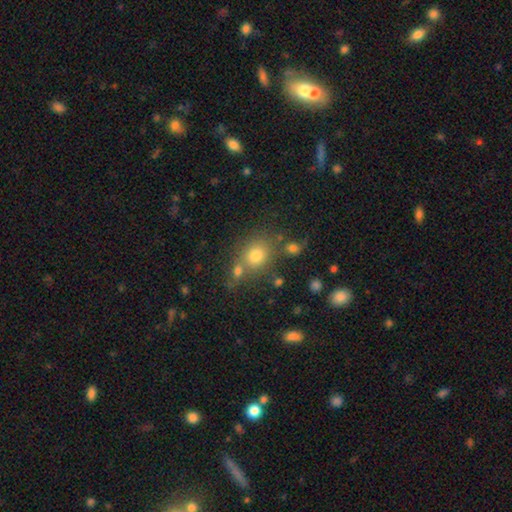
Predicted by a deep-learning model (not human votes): The model was most divided on "how rounded": round: 66%, in between: 33%, cigar-shaped: 1%. More confident: smooth or featured — smooth (75%); merging — none (62%).